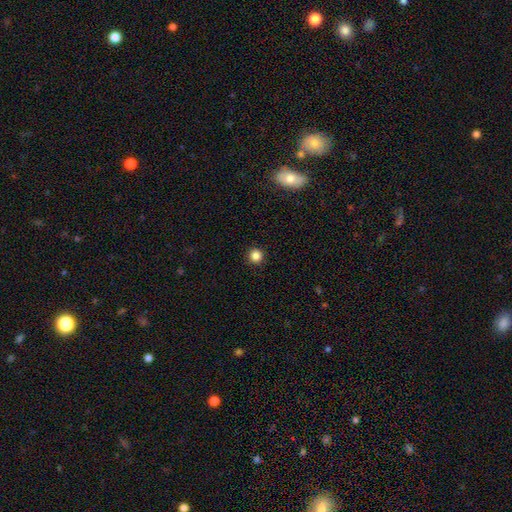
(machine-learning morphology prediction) This appears to be a smooth galaxy with no disk features (84%) that is round (95%). Merging: none (93%).